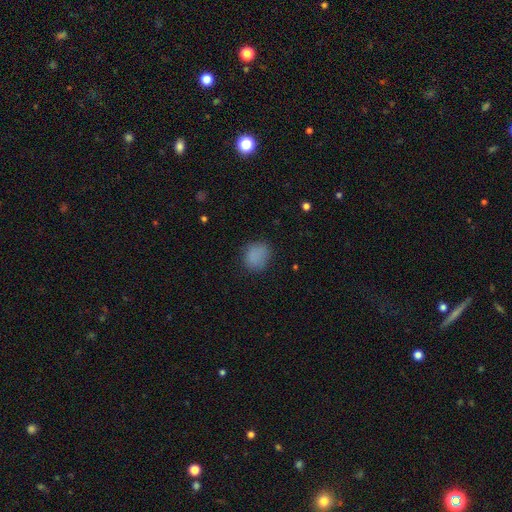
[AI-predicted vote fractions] Smooth or featured? smooth (83%)
How rounded? round (71%)
Merging? none (76%)